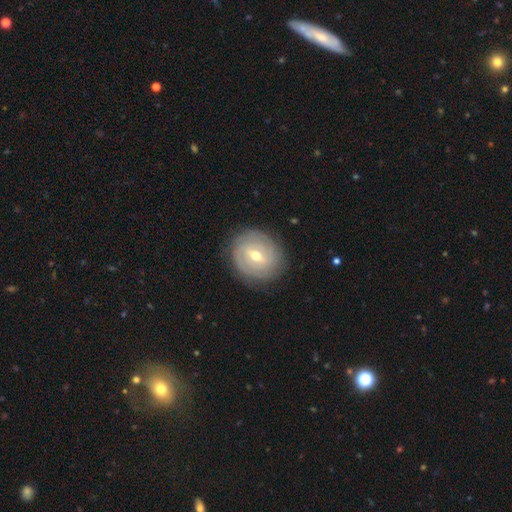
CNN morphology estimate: This appears to be a featured or disk galaxy (78%) with a weak bar (55%), tight (77%) spiral arms (87%) and a moderate central bulge (64%). Merging: none (85%).